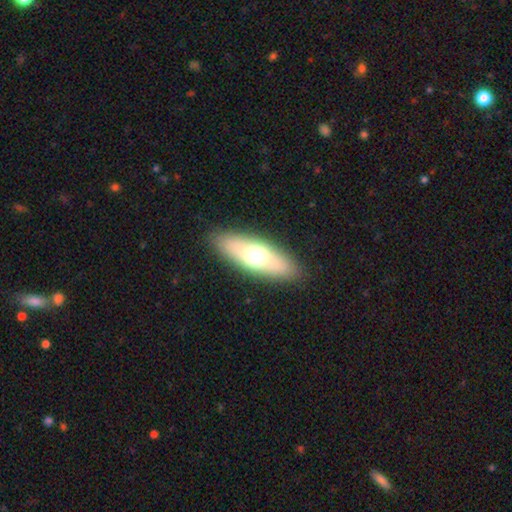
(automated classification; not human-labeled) Smooth or featured? smooth (58%)
How rounded? in between (61%)
Merging? none (88%)